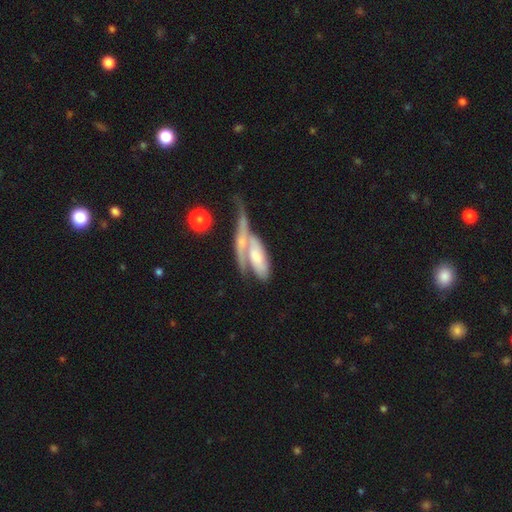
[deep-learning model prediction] Overall: featured or disk (55%; smooth 38%). Edge-on disk: no (78%). Merging: merger (51%; major disturbance 21%).